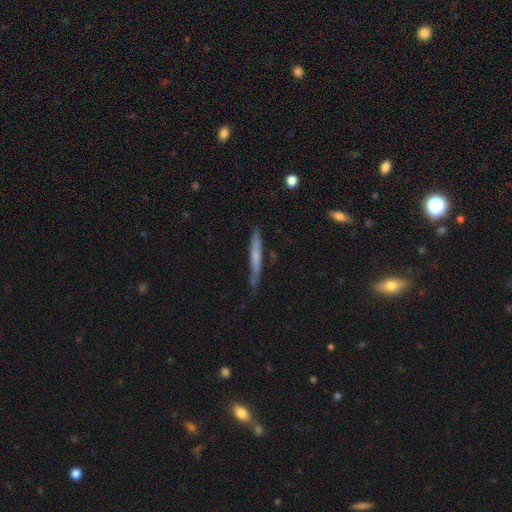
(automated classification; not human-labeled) This appears to be a smooth galaxy with no disk features (50%). Merging: none (72%).